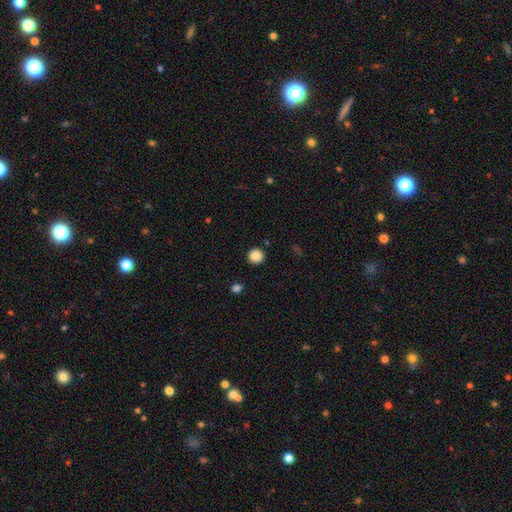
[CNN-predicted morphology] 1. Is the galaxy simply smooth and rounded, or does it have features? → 88% smooth, 10% star or artifact, 3% featured or disk.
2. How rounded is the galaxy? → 94% round, 5% in between, 1% cigar-shaped.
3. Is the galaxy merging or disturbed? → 91% none, 5% minor disturbance, 2% major disturbance, 2% merger.